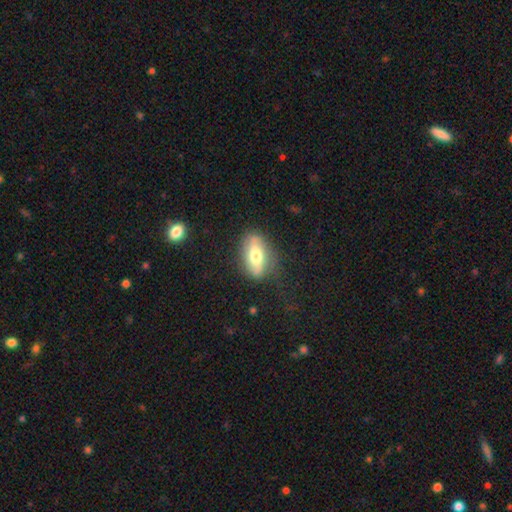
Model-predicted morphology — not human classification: Smooth or featured? Predicted: smooth (p=0.55). How rounded? Predicted: in between (p=0.81). Merging? Predicted: none (p=0.74).